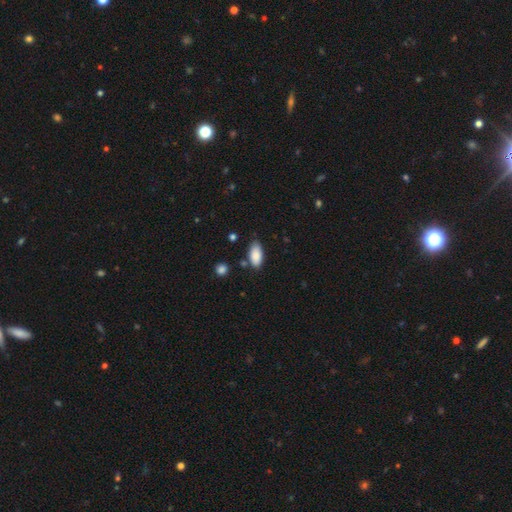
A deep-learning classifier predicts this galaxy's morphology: Overall: smooth (87%). How rounded: in between (92%). Merging: none (76%).